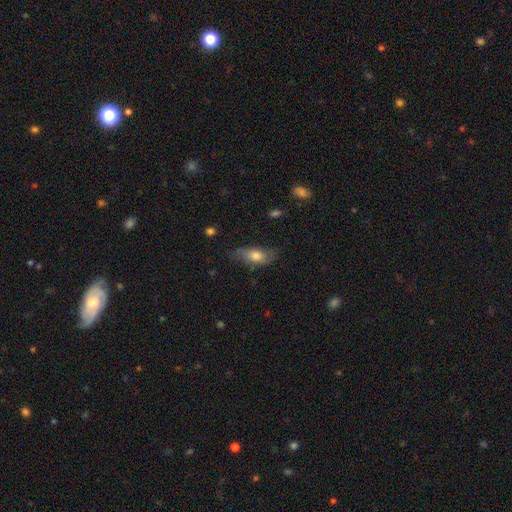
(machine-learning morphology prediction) smooth 68%, featured or disk 24%, star or artifact 8%. Down the decision tree: how rounded — in between (81%); merging — none (67%).